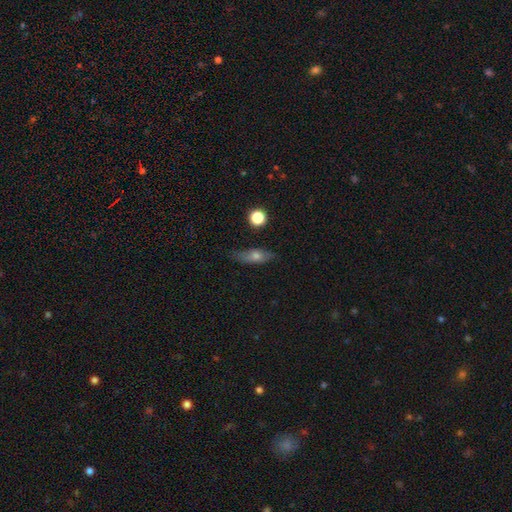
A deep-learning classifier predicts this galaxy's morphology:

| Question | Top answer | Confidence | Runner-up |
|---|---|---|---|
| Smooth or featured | smooth | 55% | featured or disk (34%) |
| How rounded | in between | 51% | cigar-shaped (42%) |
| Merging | none | 76% | minor disturbance (18%) |